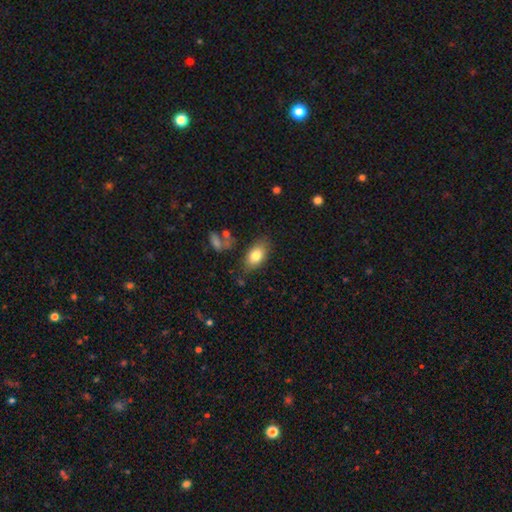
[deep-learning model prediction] Overall: smooth (81%). How rounded: in between (90%). Merging: none (76%).